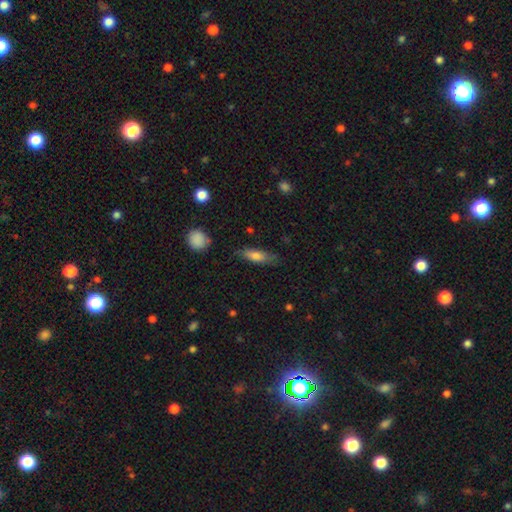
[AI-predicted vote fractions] This appears to be a smooth galaxy with no disk features (72%) that is cigar-shaped (52%). Merging: none (73%).